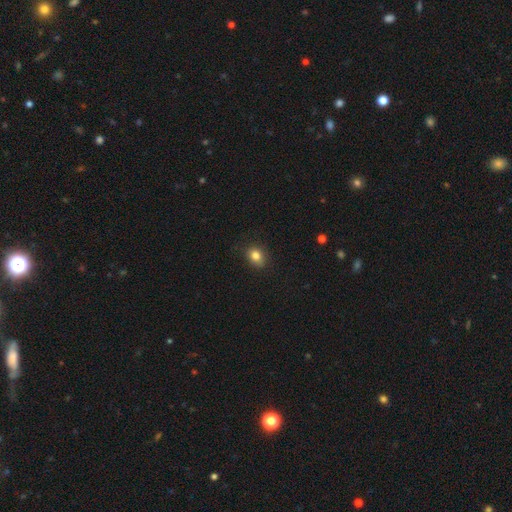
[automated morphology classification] type=smooth (82%); roundness=in between (53%); merging=none (84%).